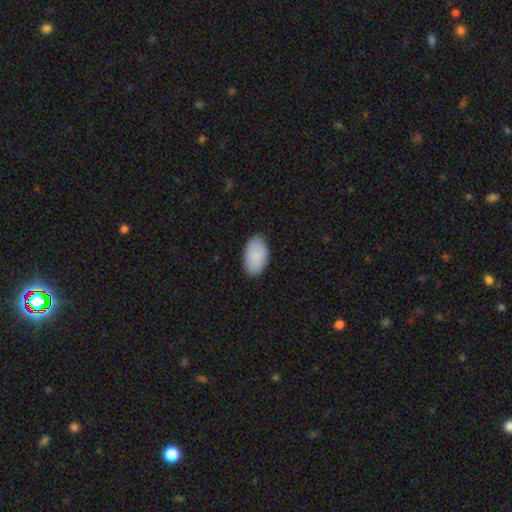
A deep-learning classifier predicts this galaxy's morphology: smooth-or-featured: smooth: 89% | star or artifact: 6% | featured or disk: 5%
  how-rounded: in between: 95% | round: 4% | cigar-shaped: 1%
  merging: none: 87% | minor disturbance: 10% | major disturbance: 2% | merger: 1%